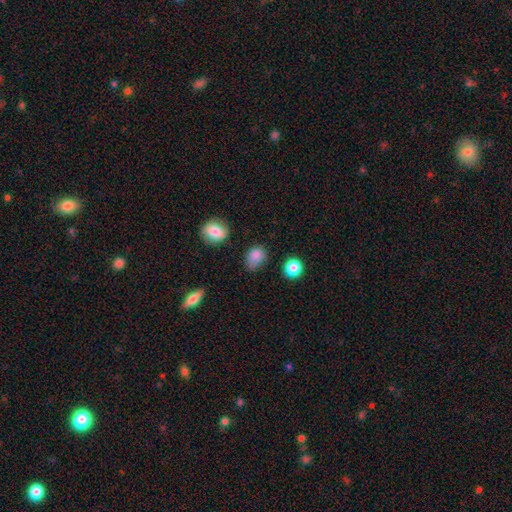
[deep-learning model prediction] Overall: smooth (84%). How rounded: in between (60%; round 39%). Merging: none (58%; minor disturbance 31%).